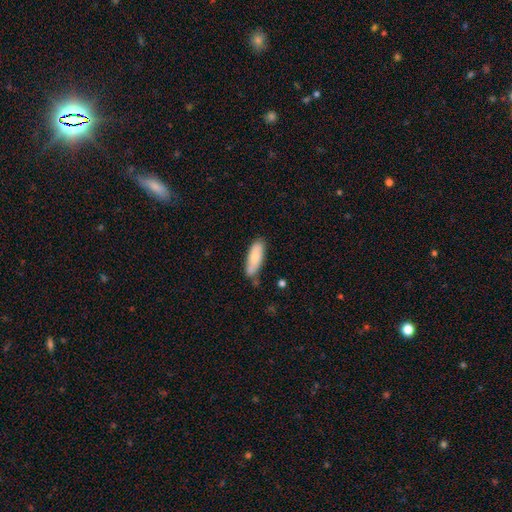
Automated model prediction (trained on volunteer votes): Q: Smooth or featured?
A: smooth (82%); runner-up: featured or disk (13%)
Q: How rounded?
A: in between (59%); runner-up: cigar-shaped (39%)
Q: Merging?
A: none (69%); runner-up: minor disturbance (21%)